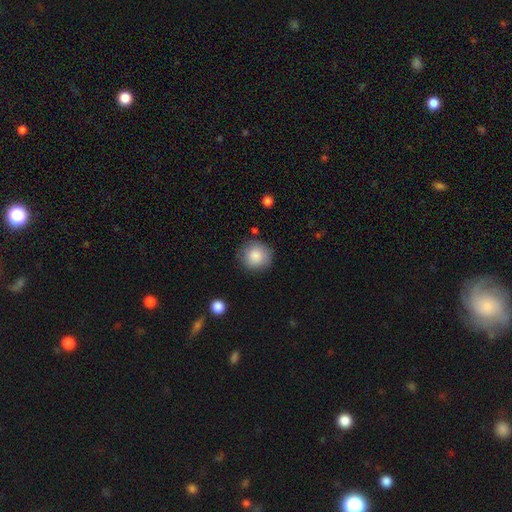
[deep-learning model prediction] smooth_or_featured: smooth (p=0.86) [alt: star or artifact p=0.08]
how_rounded: round (p=0.92) [alt: in between p=0.07]
merging: none (p=0.85) [alt: minor disturbance p=0.11]